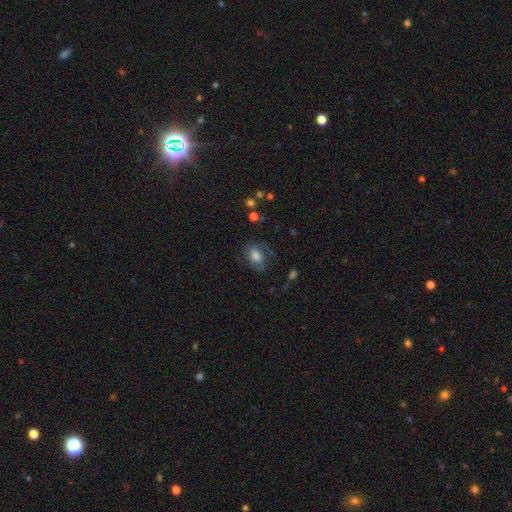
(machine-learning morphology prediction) Smooth or featured: smooth — 61% (featured or disk — 29%)
How rounded: in between — 76% (round — 22%)
Merging: none — 58% (minor disturbance — 24%)